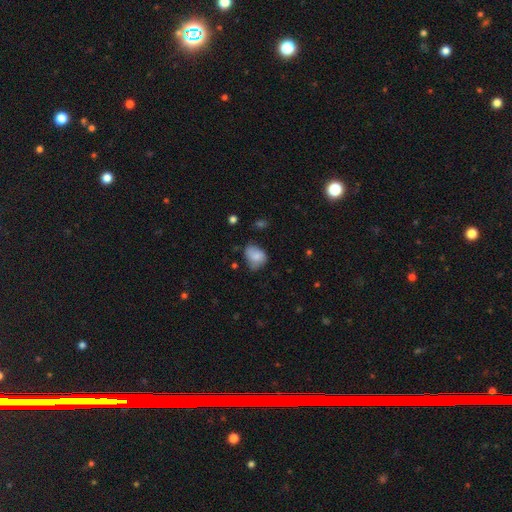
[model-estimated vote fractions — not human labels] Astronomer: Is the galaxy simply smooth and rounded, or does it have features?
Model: smooth — 74%.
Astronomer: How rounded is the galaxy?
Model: in between — 57% (runner-up: round, 42%).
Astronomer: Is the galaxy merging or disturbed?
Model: none — 47% (runner-up: minor disturbance, 37%).